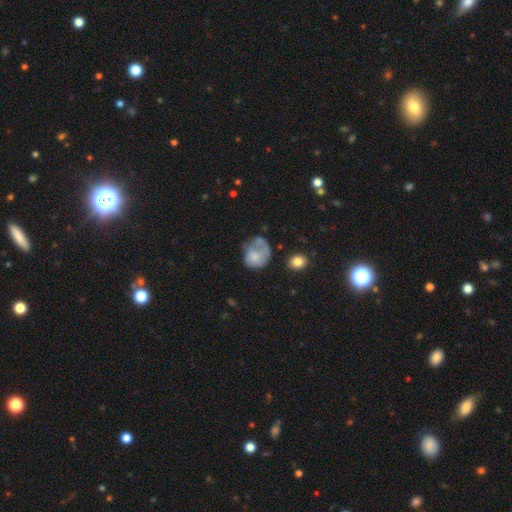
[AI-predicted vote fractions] A smooth galaxy with no disk features (61%) that is round (59%).

Vote fractions:
- Smooth or featured? smooth: 61% / featured or disk: 30% / star or artifact: 9%
- How rounded? round: 59% / in between: 40% / cigar-shaped: 1%
- Merging? major disturbance: 38% / none: 29% / minor disturbance: 27% / merger: 6%